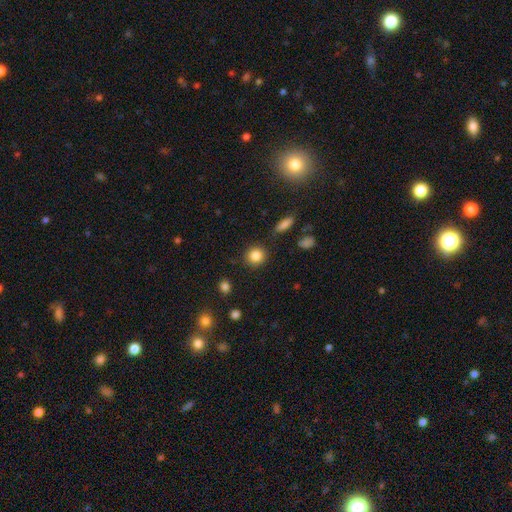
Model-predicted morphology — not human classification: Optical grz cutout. It shows a smooth galaxy with no disk features (85%) that is round (90%). Merging: none (88%).